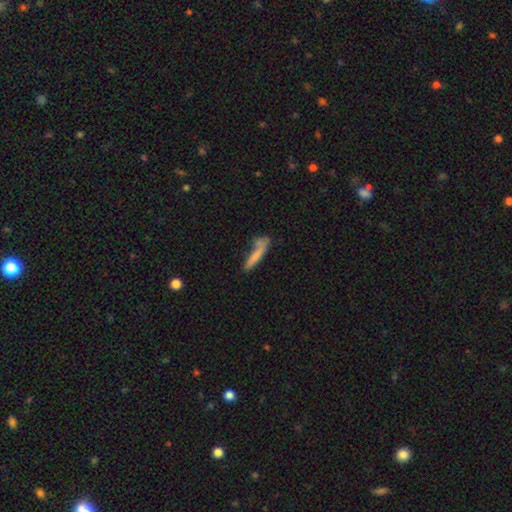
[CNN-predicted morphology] This is likely a smooth galaxy (73%). How rounded: clearly cigar-shaped (87%). Merging: possibly none (50%).